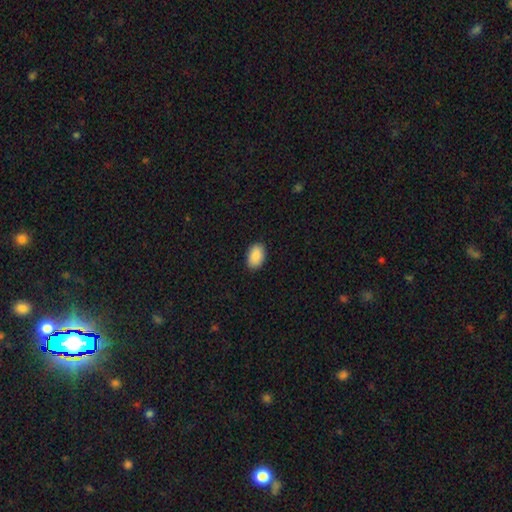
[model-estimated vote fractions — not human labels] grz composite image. It shows a smooth galaxy with no disk features (90%) that is in between round and cigar-shaped (89%). Merging: none (89%).